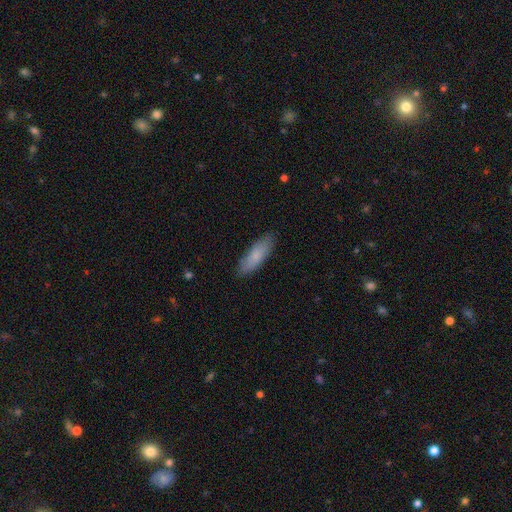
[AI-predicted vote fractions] Smooth or featured?
  - smooth: 82% *
  - featured or disk: 13%
  - star or artifact: 6%
How rounded?
  - cigar-shaped: 49% * (tied)
  - in between: 49% * (tied)
  - round: 2%
Merging?
  - none: 86% *
  - minor disturbance: 11%
  - major disturbance: 2%
  - merger: 1%